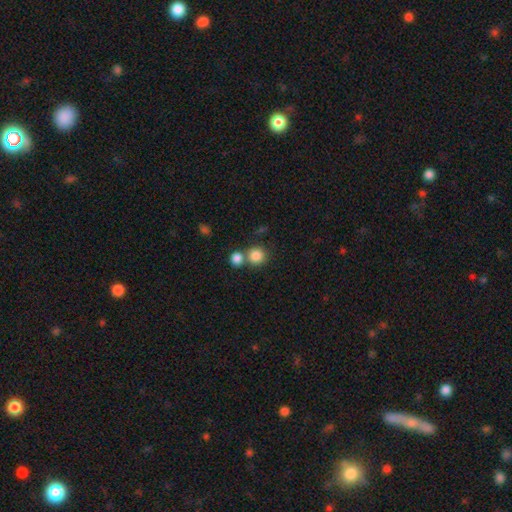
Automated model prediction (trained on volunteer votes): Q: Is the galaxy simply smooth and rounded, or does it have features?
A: smooth — 84%.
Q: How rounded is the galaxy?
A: round — 90%.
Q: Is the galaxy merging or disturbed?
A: none — 58%.